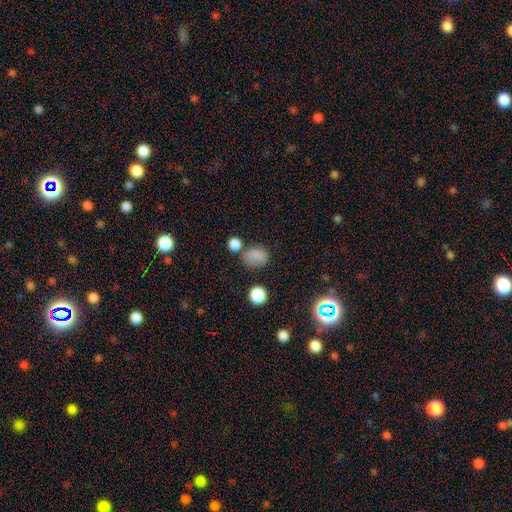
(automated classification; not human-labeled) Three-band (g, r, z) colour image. It shows a smooth galaxy with no disk features (78%) that is in between round and cigar-shaped (59%). Merging: none (53%).